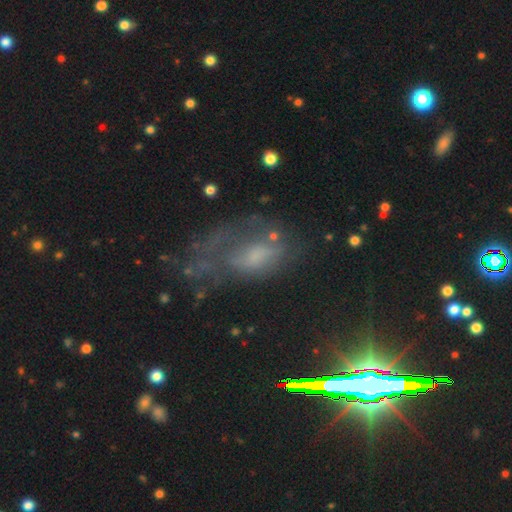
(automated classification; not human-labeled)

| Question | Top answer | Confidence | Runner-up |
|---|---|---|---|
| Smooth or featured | featured or disk | 44% | smooth (37%) |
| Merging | major disturbance | 41% | none (31%) |